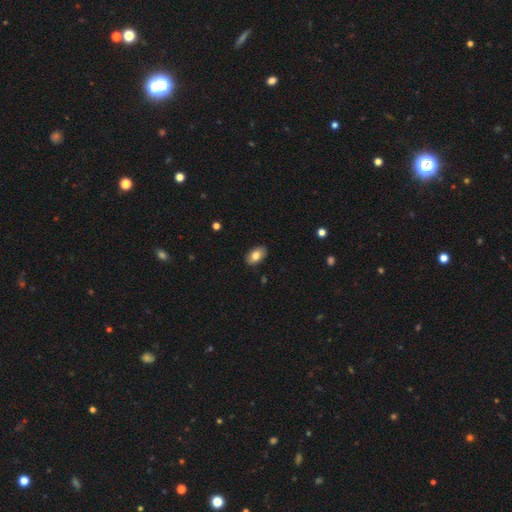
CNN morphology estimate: This is clearly a smooth galaxy (82%). How rounded: clearly in between (92%). Merging: clearly none (88%).